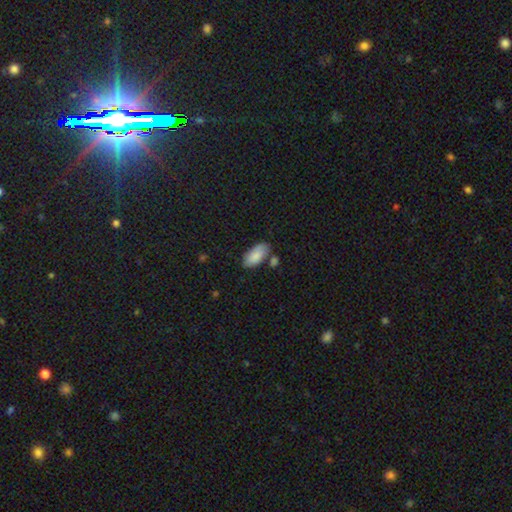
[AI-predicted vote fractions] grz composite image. It shows a smooth galaxy with no disk features (87%) that is in between round and cigar-shaped (92%). Merging: none (68%).